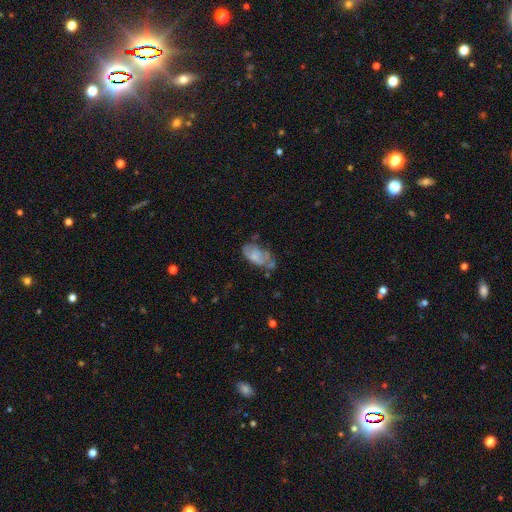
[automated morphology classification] A featured or disk galaxy (46%, tied with smooth).

Vote fractions:
- Smooth or featured? featured or disk: 46% (tied) / smooth: 46% (tied) / star or artifact: 8%
- Merging? none: 39% / minor disturbance: 32% / major disturbance: 20% / merger: 9%